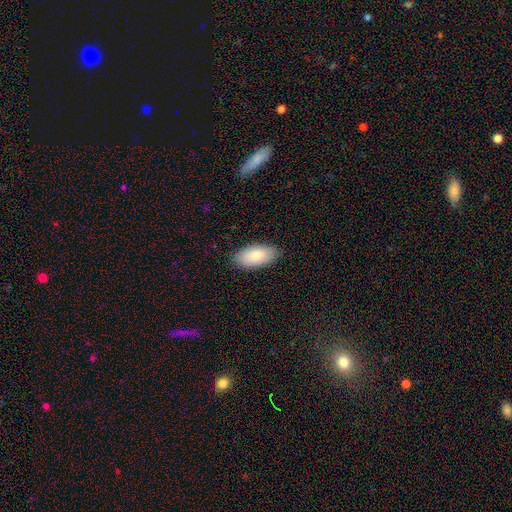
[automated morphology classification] Q: Smooth or featured?
A: smooth (82%); runner-up: featured or disk (12%)
Q: How rounded?
A: in between (94%); runner-up: cigar-shaped (4%)
Q: Merging?
A: none (86%); runner-up: minor disturbance (10%)